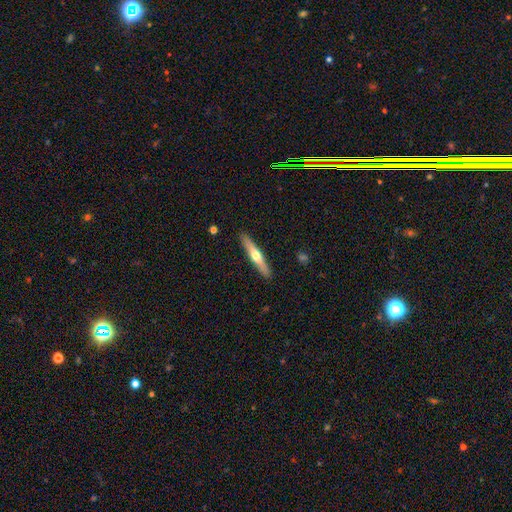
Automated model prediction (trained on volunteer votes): This is possibly a featured or disk galaxy (53%). It is clearly viewed edge-on (94%). Merging: clearly none (91%).